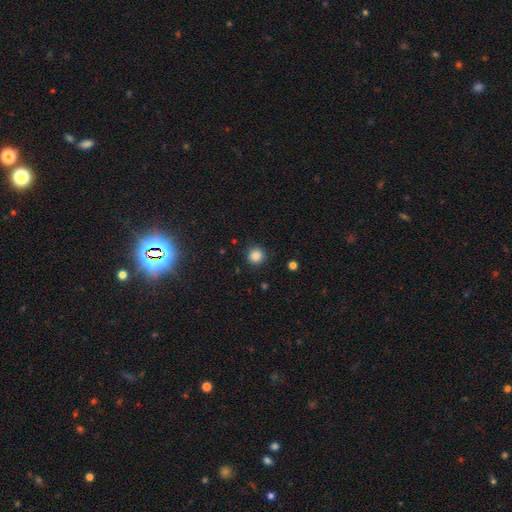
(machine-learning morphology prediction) Smooth or featured: smooth — 86% (star or artifact — 11%)
How rounded: round — 94% (in between — 5%)
Merging: none — 89% (minor disturbance — 7%)